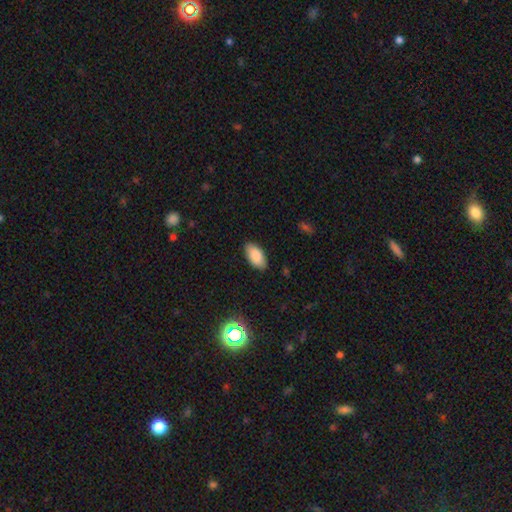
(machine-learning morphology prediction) Smooth or featured?
  - smooth: 86% *
  - star or artifact: 8%
  - featured or disk: 6%
How rounded?
  - in between: 94% *
  - cigar-shaped: 3%
  - round: 3%
Merging?
  - none: 85% *
  - minor disturbance: 11%
  - major disturbance: 2%
  - merger: 1%